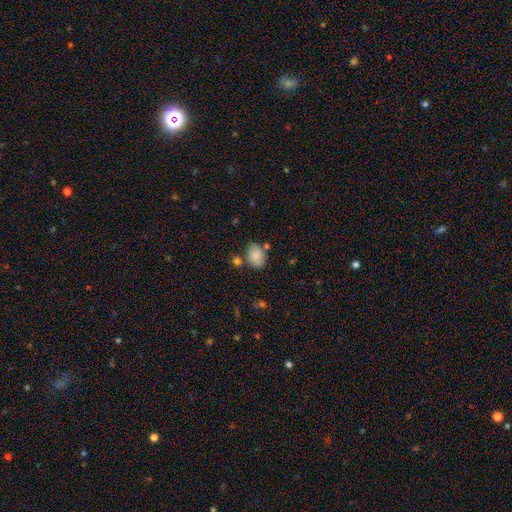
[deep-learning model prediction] Smooth or featured? smooth (83%)
How rounded? in between (71%)
Merging? none (66%)